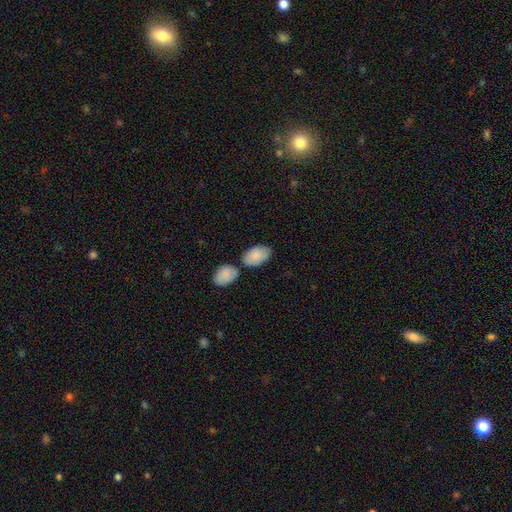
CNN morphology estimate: Smooth or featured? smooth (86%)
How rounded? in between (94%)
Merging? none (59%)